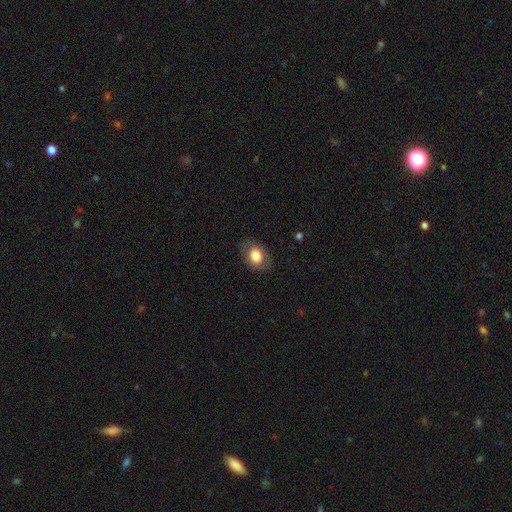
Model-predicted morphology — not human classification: The model was most divided on "how rounded": in between: 66%, round: 33%, cigar-shaped: 1%. More confident: merging — none (80%); smooth or featured — smooth (78%).